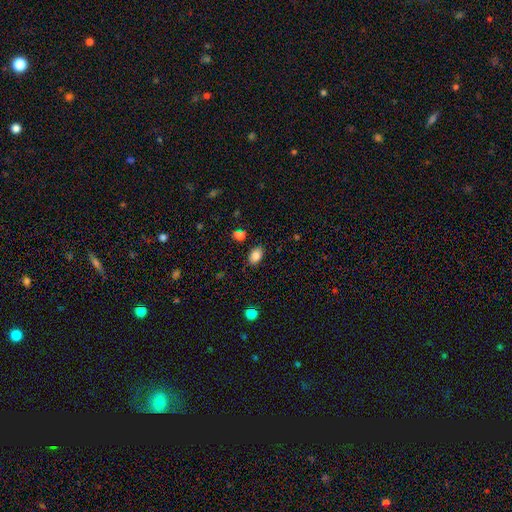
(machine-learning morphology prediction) This is clearly a smooth galaxy (85%). How rounded: clearly in between (83%). Merging: clearly none (85%).